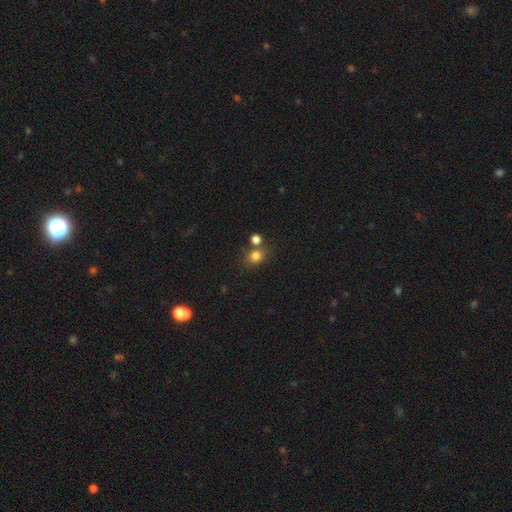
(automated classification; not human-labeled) Morphology: type=smooth (79%); roundness=round (70%); merging=none (63%).